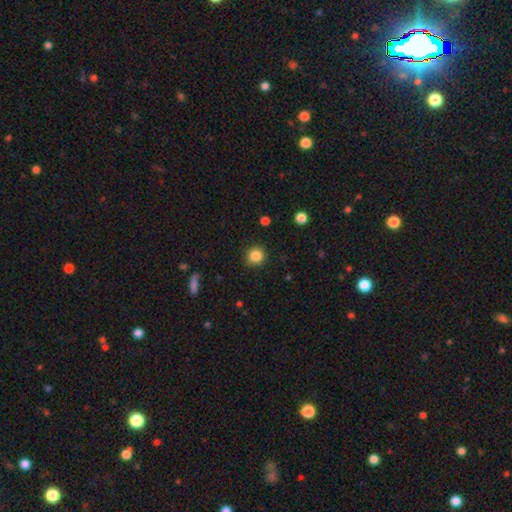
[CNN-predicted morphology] smooth 86%, star or artifact 10%, featured or disk 4%. Down the decision tree: how rounded — round (90%); merging — none (87%).